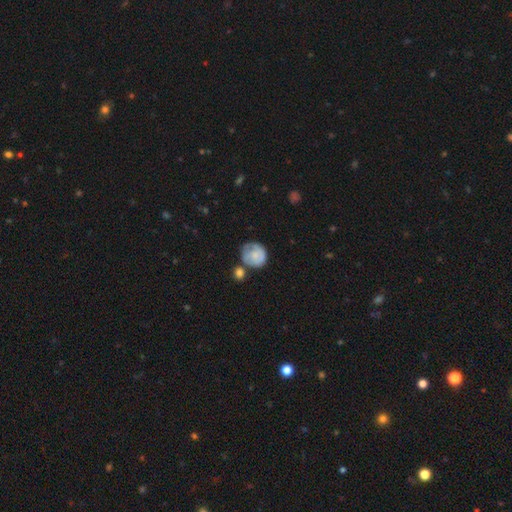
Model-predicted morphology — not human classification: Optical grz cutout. It shows a smooth galaxy with no disk features (57%) that is round (78%). Merging: none (43%).